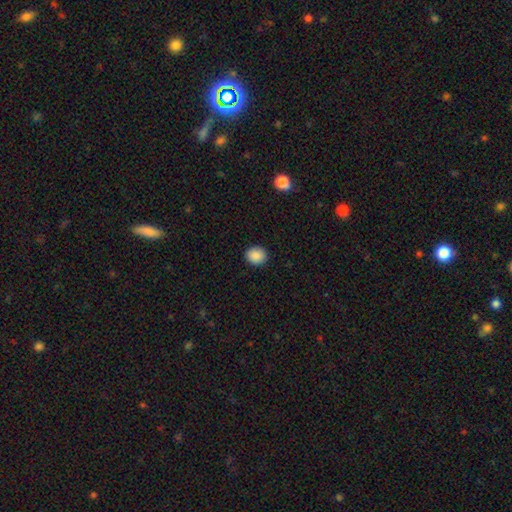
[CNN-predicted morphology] smooth-or-featured: smooth: 89% | star or artifact: 8% | featured or disk: 3%
  how-rounded: round: 73% | in between: 27% | cigar-shaped: 1%
  merging: none: 91% | minor disturbance: 6% | major disturbance: 2% | merger: 1%